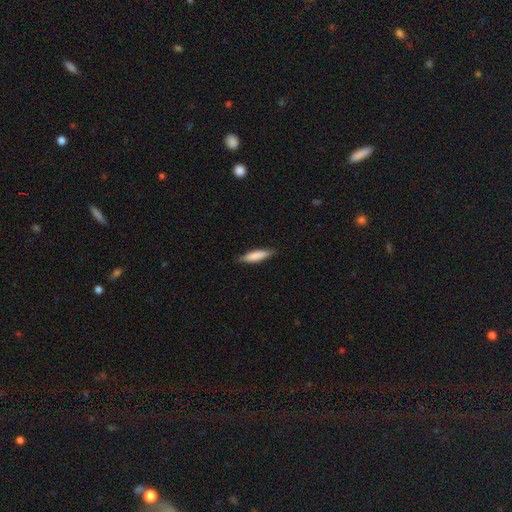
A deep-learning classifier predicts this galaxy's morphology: smooth 81%, featured or disk 13%, star or artifact 5%. Down the decision tree: how rounded — cigar-shaped (73%); merging — none (85%).